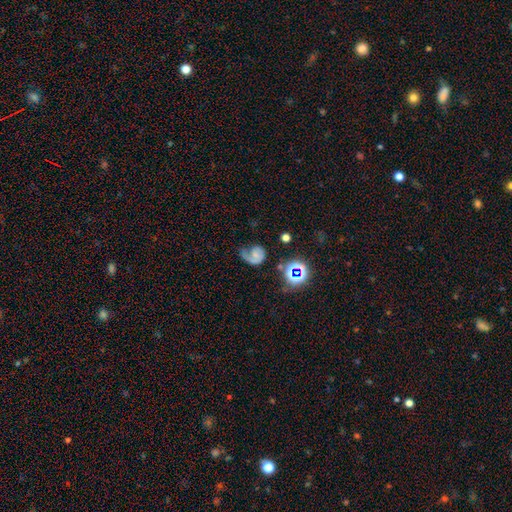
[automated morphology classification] A featured or disk galaxy (62%) with no bar (74%), 1 (74%) medium (37%) spiral arms (86%) and a small central bulge (44%). Merging: major disturbance (38%).